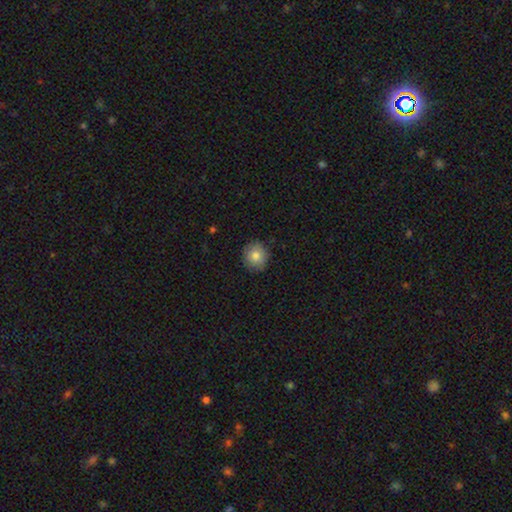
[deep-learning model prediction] Q: Smooth or featured?
A: smooth (83%); runner-up: featured or disk (9%)
Q: How rounded?
A: round (88%); runner-up: in between (11%)
Q: Merging?
A: none (88%); runner-up: minor disturbance (9%)